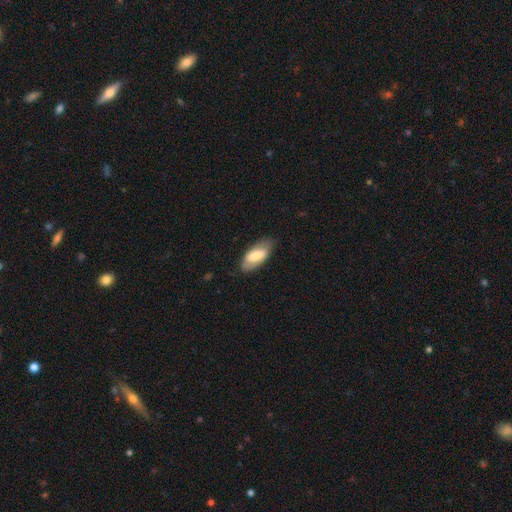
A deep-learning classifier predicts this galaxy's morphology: Smooth or featured? Predicted: smooth (p=0.64). How rounded? Predicted: in between (p=0.86). Merging? Predicted: none (p=0.76).